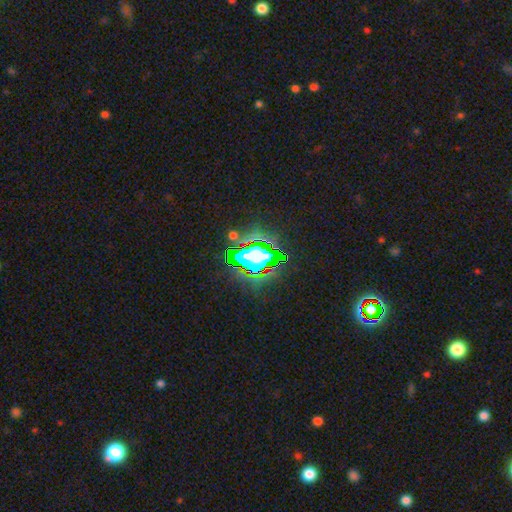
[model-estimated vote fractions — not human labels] This appears to be a star or artifact, not a galaxy (63%).